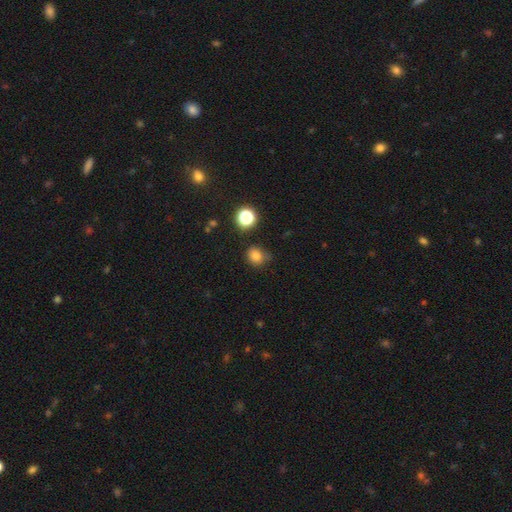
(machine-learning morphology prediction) Q: Smooth or featured?
A: smooth (80%); runner-up: star or artifact (15%)
Q: How rounded?
A: round (69%); runner-up: in between (30%)
Q: Merging?
A: none (69%); runner-up: minor disturbance (22%)